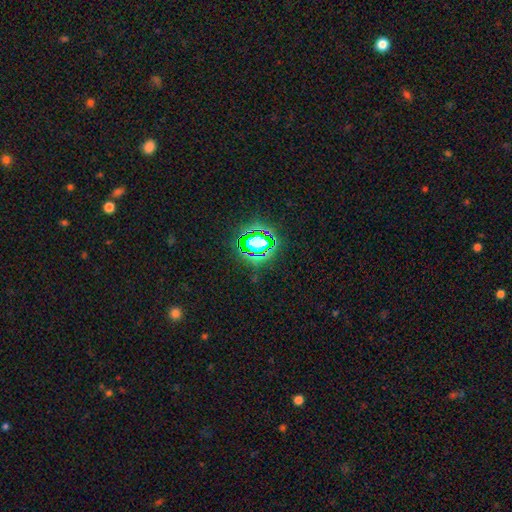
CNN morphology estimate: star or artifact 80%, smooth 13%, featured or disk 7%.